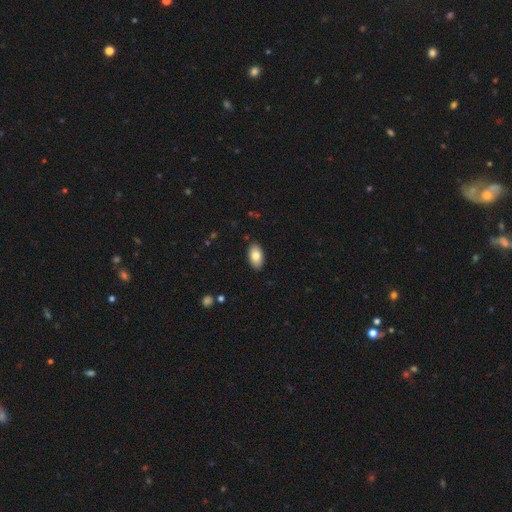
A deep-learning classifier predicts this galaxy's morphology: A smooth galaxy with no disk features (81%) that is in between round and cigar-shaped (94%).

Vote fractions:
- Smooth or featured? smooth: 81% / featured or disk: 12% / star or artifact: 7%
- How rounded? in between: 94% / round: 4% / cigar-shaped: 2%
- Merging? none: 88% / minor disturbance: 9% / major disturbance: 2% / merger: 1%